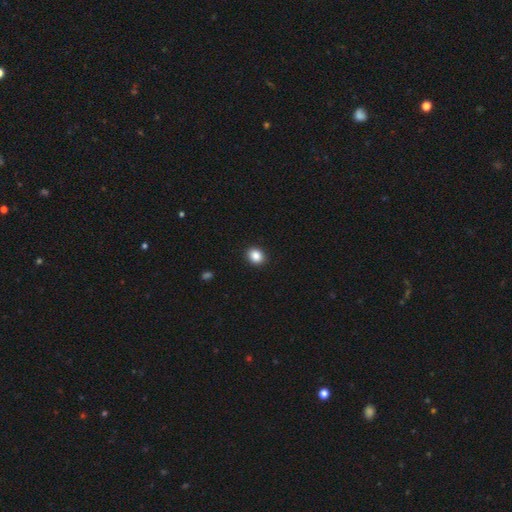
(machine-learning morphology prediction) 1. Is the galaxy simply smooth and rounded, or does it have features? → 87% smooth, 9% star or artifact, 4% featured or disk.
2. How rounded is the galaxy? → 63% round, 36% in between, 1% cigar-shaped.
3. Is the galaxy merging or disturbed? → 92% none, 5% minor disturbance, 2% major disturbance, 1% merger.